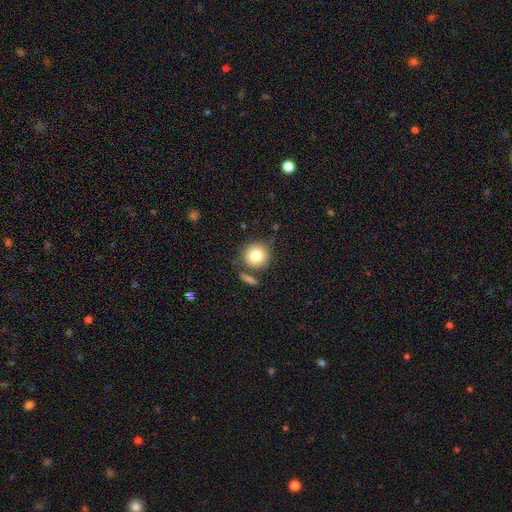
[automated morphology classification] This is clearly a smooth galaxy (80%). How rounded: clearly round (92%). Merging: likely none (76%).